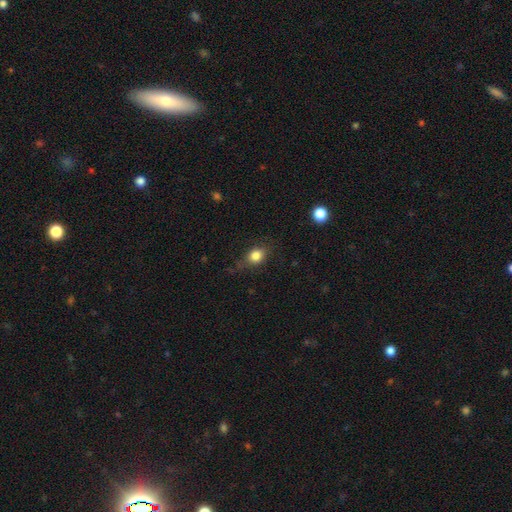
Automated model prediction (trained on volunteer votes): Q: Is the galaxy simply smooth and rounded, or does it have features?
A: smooth — 81%.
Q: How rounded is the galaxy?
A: round — 50%.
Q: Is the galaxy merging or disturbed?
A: none — 69%.